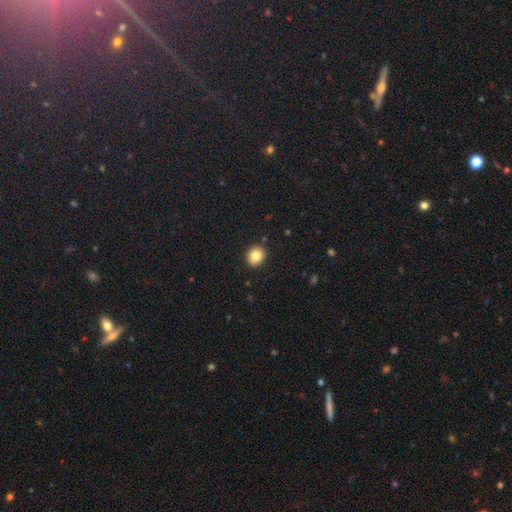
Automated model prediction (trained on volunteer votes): This appears to be a smooth galaxy with no disk features (82%) that is round (70%). Merging: none (90%).